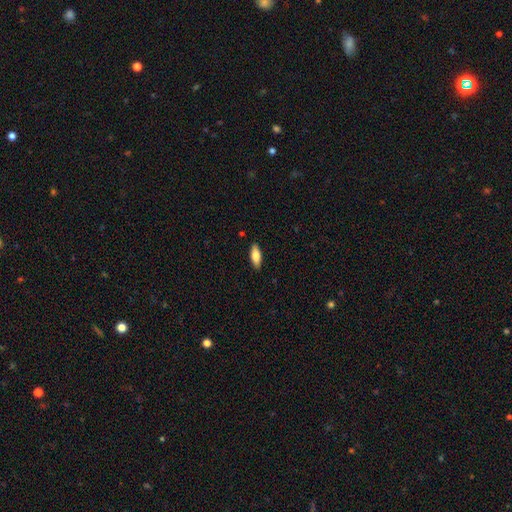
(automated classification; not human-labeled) Morphology: type=smooth (79%); roundness=in between (71%); merging=none (88%).